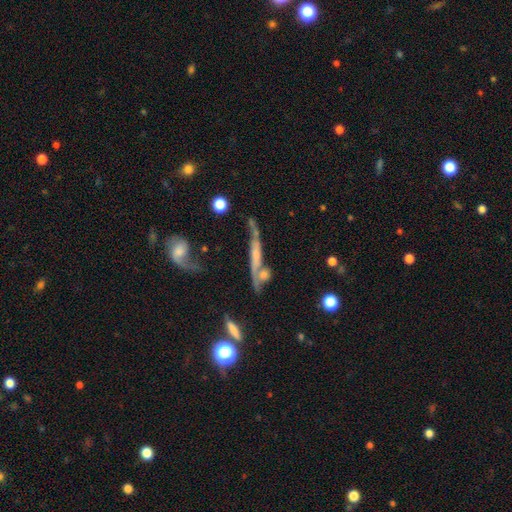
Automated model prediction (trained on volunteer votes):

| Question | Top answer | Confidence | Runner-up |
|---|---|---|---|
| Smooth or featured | featured or disk | 67% | smooth (21%) |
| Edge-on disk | yes | 60% | no (40%) |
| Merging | none | 41% | merger (23%) |